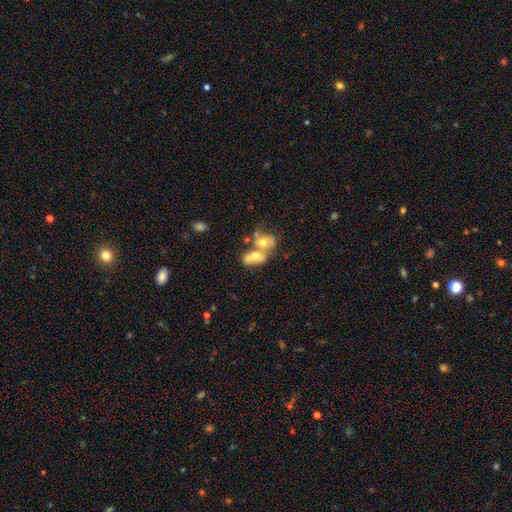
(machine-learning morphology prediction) type=featured or disk (44%); merging=merger (67%).